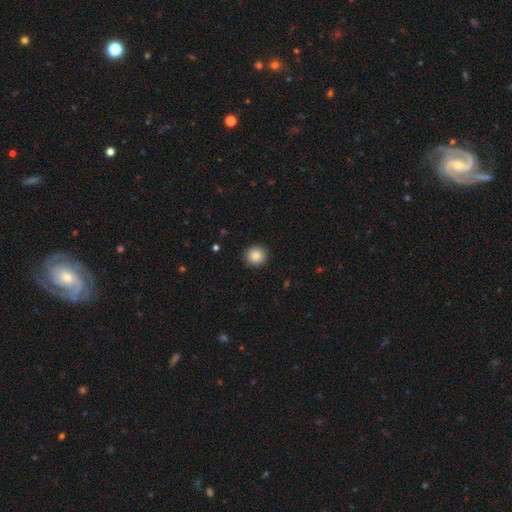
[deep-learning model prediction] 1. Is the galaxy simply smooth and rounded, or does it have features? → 87% smooth, 9% star or artifact, 4% featured or disk.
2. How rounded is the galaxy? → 90% round, 9% in between, 1% cigar-shaped.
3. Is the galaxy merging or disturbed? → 92% none, 6% minor disturbance, 2% major disturbance, 1% merger.